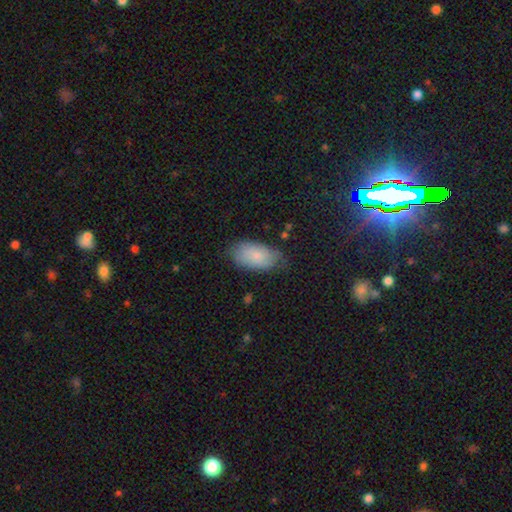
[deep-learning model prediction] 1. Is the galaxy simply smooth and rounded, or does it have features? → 78% smooth, 15% featured or disk, 7% star or artifact.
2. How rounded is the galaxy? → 94% in between, 4% round, 2% cigar-shaped.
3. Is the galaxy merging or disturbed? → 70% none, 23% minor disturbance, 5% major disturbance, 2% merger.